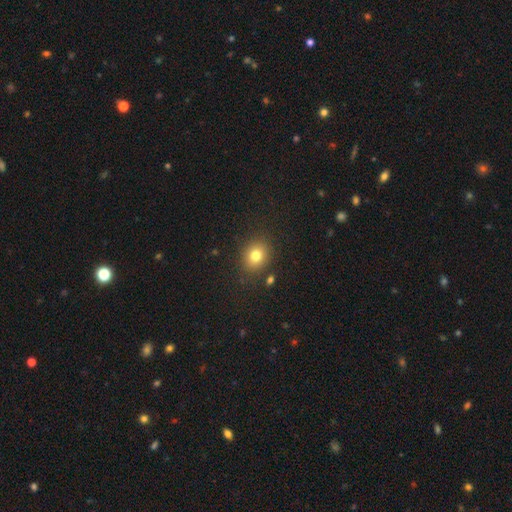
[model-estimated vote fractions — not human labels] The model was most divided on "how rounded": round: 70%, in between: 29%, cigar-shaped: 1%. More confident: merging — none (86%); smooth or featured — smooth (79%).